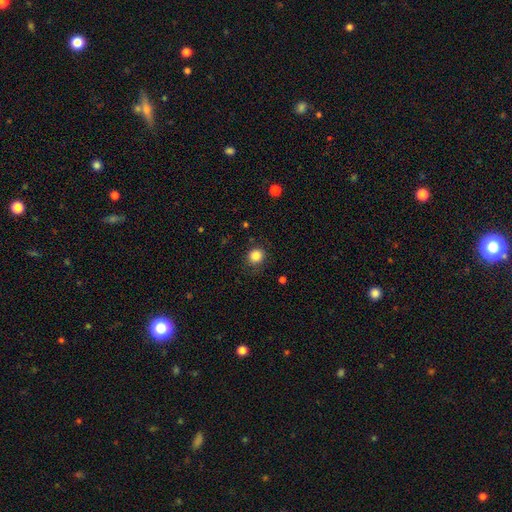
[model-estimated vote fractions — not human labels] This is clearly a smooth galaxy (85%). How rounded: clearly round (85%). Merging: clearly none (84%).